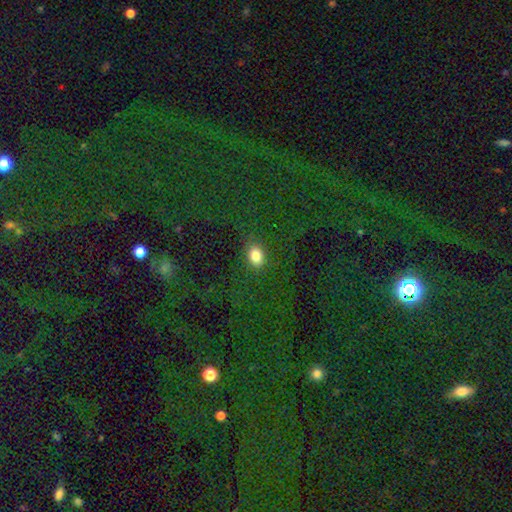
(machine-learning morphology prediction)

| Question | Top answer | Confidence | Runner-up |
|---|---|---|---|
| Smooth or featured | smooth | 82% | star or artifact (12%) |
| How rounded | in between | 76% | round (22%) |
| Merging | none | 84% | minor disturbance (10%) |